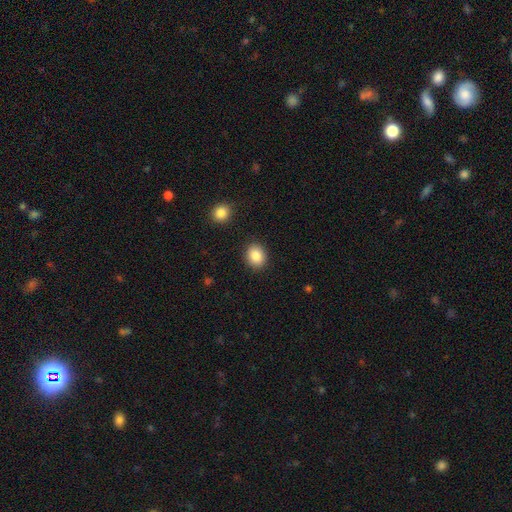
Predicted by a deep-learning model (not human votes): Overall: smooth (86%). How rounded: round (59%; in between 40%). Merging: none (89%).